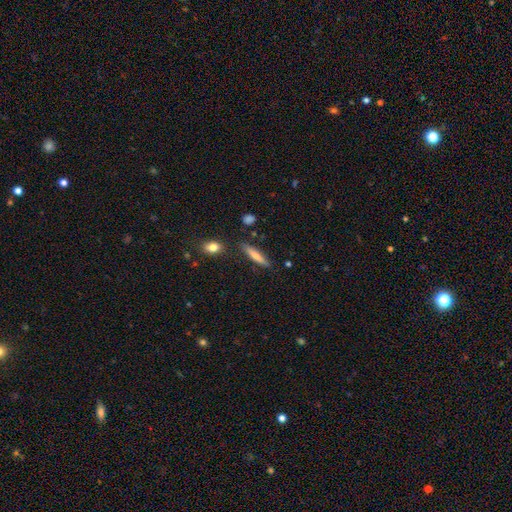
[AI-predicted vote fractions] Q: Smooth or featured?
A: smooth (65%); runner-up: featured or disk (28%)
Q: How rounded?
A: cigar-shaped (86%); runner-up: in between (12%)
Q: Merging?
A: none (83%); runner-up: minor disturbance (11%)